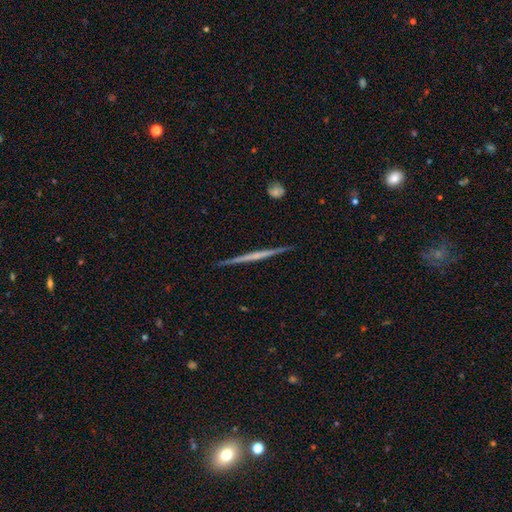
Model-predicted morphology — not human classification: Overall: featured or disk (67%; smooth 27%). Edge-on disk: yes (98%). Edge-on bulge: none (81%). Merging: none (92%).